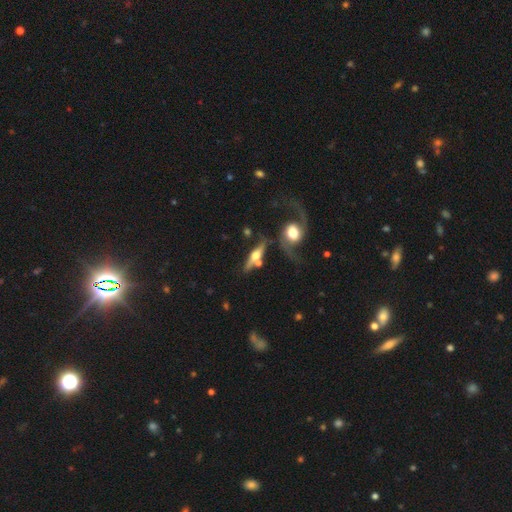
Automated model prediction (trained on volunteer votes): The model was most divided on "merging": none: 50%, merger: 22%, minor disturbance: 17%, major disturbance: 10%. More confident: edge-on bulge — rounded (92%); edge-on disk — yes (78%); smooth or featured — featured or disk (66%).